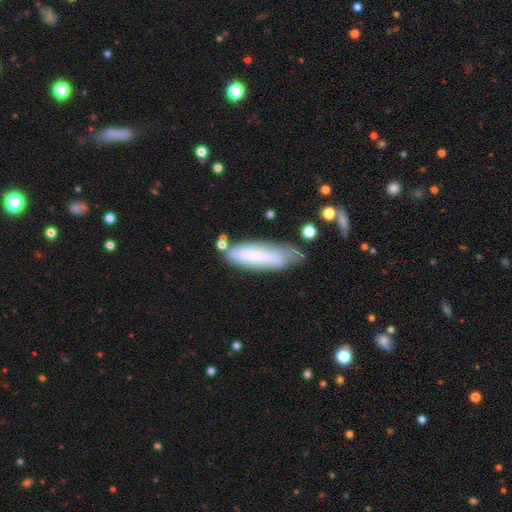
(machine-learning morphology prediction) smooth 64%, featured or disk 28%, star or artifact 8%. Down the decision tree: how rounded — cigar-shaped (62%); merging — none (53%).